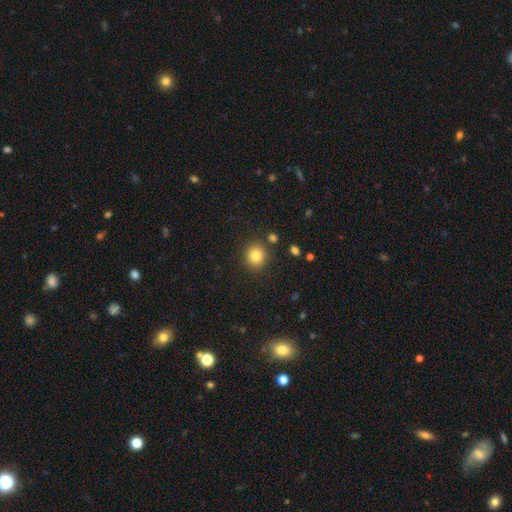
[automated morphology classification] Smooth or featured? Predicted: smooth (p=0.83). How rounded? Predicted: round (p=0.86). Merging? Predicted: none (p=0.85).